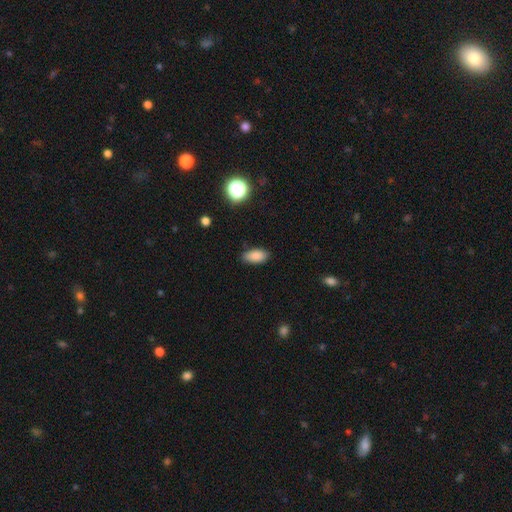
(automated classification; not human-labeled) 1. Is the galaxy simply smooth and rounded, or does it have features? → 86% smooth, 9% star or artifact, 5% featured or disk.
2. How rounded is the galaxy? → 90% in between, 6% cigar-shaped, 4% round.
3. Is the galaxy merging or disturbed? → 85% none, 12% minor disturbance, 3% major disturbance, 1% merger.